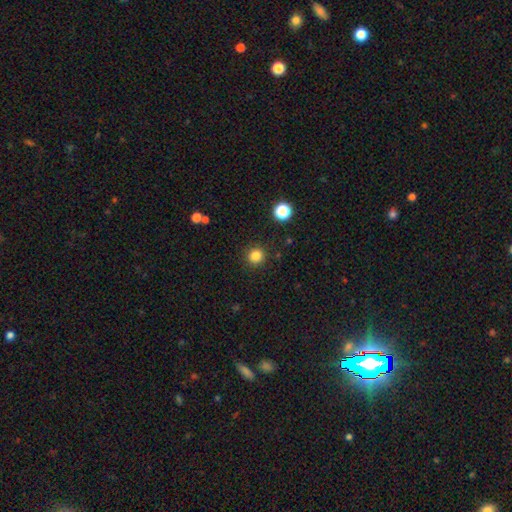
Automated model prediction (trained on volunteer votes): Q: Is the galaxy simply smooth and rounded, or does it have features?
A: smooth — 83%.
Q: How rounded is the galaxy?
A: round — 93%.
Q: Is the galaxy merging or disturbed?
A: none — 90%.